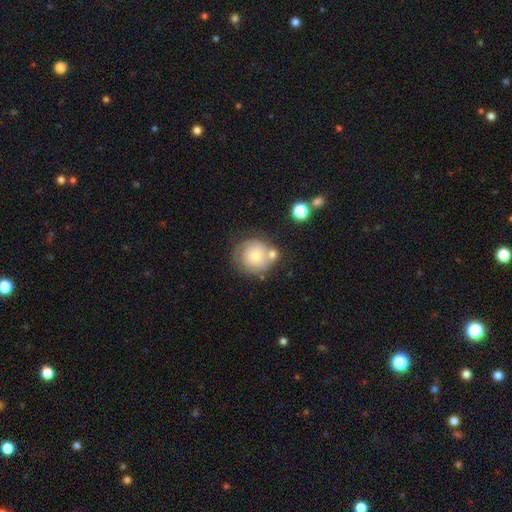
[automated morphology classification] Smooth or featured?
  - smooth: 61% *
  - featured or disk: 31%
  - star or artifact: 8%
How rounded?
  - round: 90% *
  - in between: 9%
  - cigar-shaped: 1%
Merging?
  - none: 57% *
  - merger: 19%
  - minor disturbance: 17%
  - major disturbance: 7%